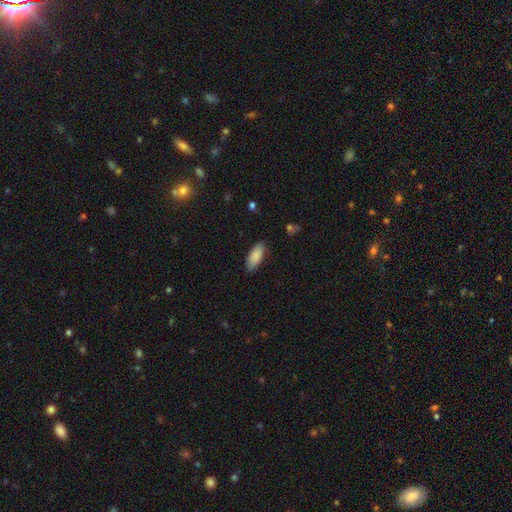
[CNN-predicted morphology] The model was most divided on "how rounded": in between: 84%, cigar-shaped: 15%, round: 2%. More confident: smooth or featured — smooth (88%); merging — none (85%).